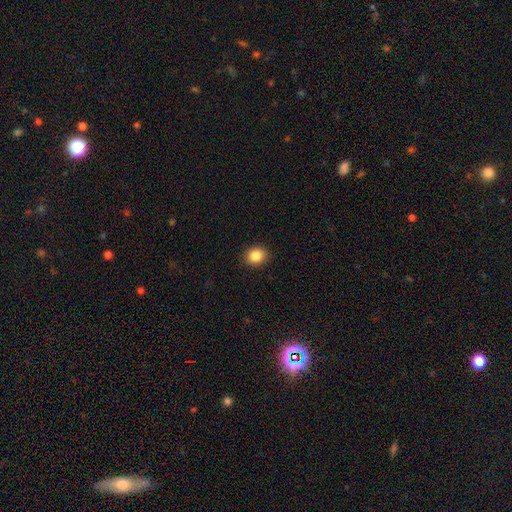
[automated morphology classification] The model was most divided on "how rounded": round: 63%, in between: 36%, cigar-shaped: 1%. More confident: merging — none (91%); smooth or featured — smooth (85%).